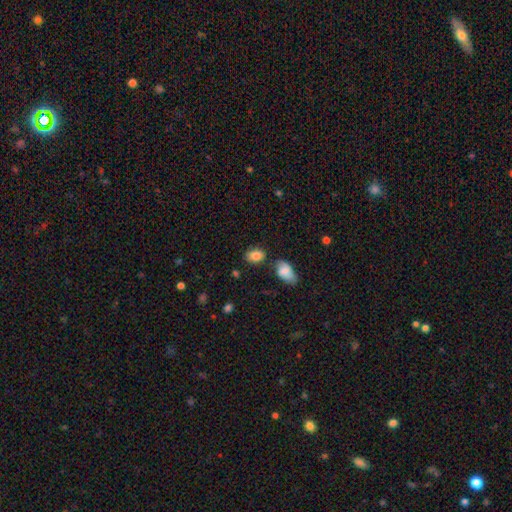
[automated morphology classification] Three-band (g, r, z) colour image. It shows a smooth galaxy with no disk features (85%) that is in between round and cigar-shaped (84%). Merging: none (75%).